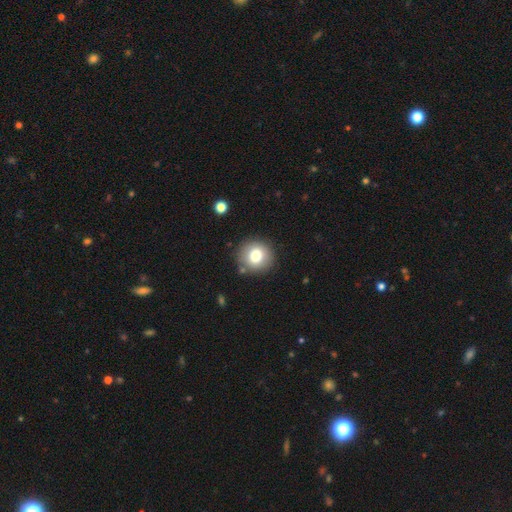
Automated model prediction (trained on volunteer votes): This appears to be a smooth galaxy with no disk features (77%) that is round (91%). Merging: none (86%).